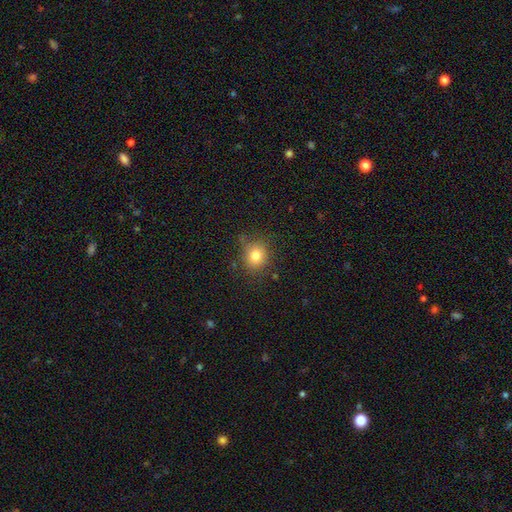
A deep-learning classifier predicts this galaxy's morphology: smooth 80%, star or artifact 12%, featured or disk 8%. Down the decision tree: how rounded — round (75%); merging — none (78%).